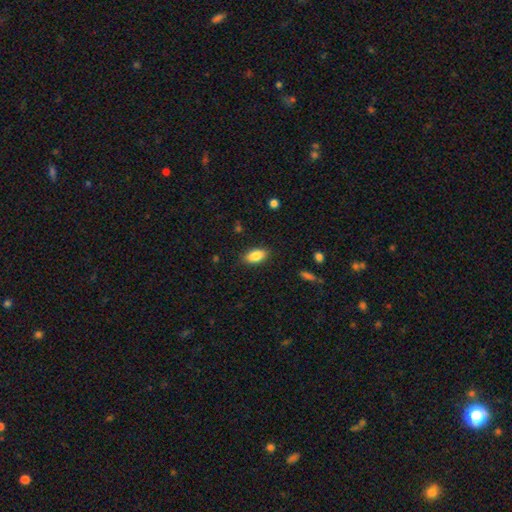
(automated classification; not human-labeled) Smooth or featured?
  - smooth: 87% *
  - star or artifact: 7%
  - featured or disk: 6%
How rounded?
  - in between: 91% *
  - cigar-shaped: 5%
  - round: 4%
Merging?
  - none: 87% *
  - minor disturbance: 10%
  - major disturbance: 2%
  - merger: 1%